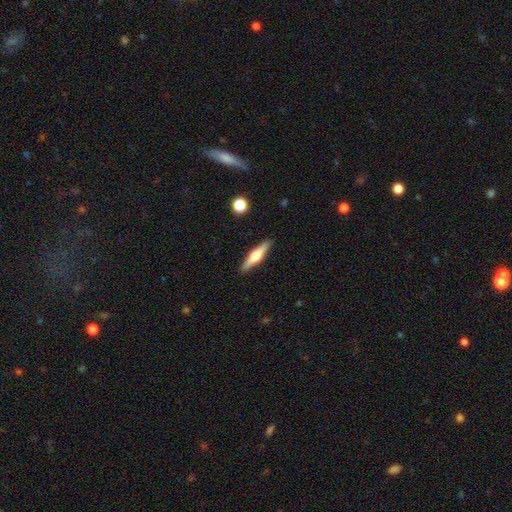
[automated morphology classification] type=featured or disk (51%); edge-on=yes (95%); merging=none (90%).